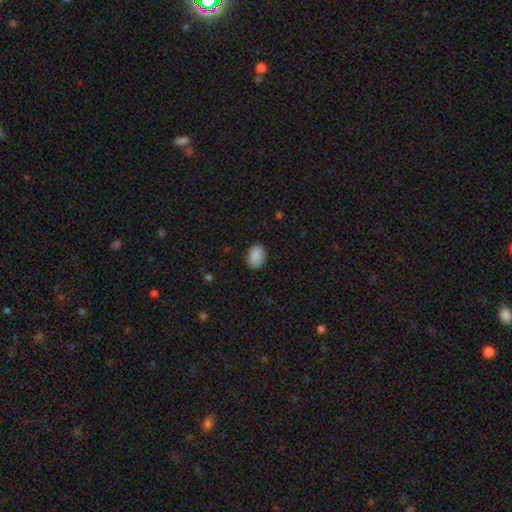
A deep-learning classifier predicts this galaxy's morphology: Q: Smooth or featured?
A: smooth (89%); runner-up: star or artifact (8%)
Q: How rounded?
A: in between (77%); runner-up: round (22%)
Q: Merging?
A: none (85%); runner-up: minor disturbance (11%)